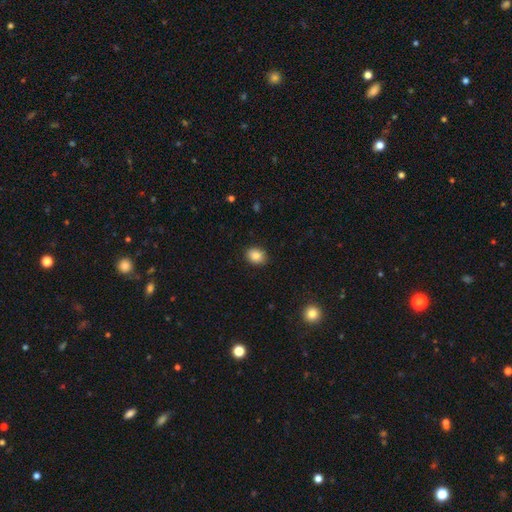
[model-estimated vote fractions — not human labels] Morphology: type=smooth (86%); roundness=in between (56%); merging=none (87%).